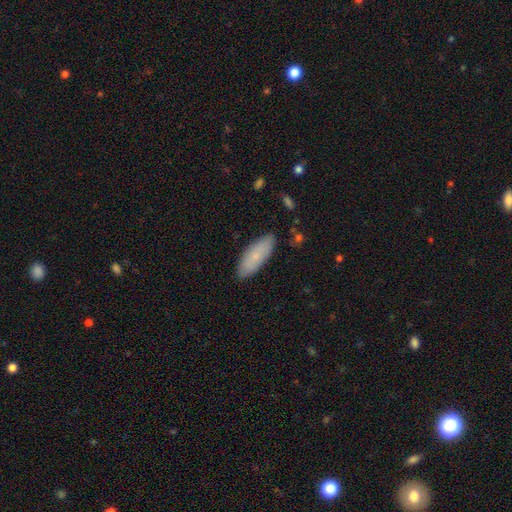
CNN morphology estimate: This appears to be a smooth galaxy with no disk features (73%) that is in between round and cigar-shaped (72%). Merging: none (85%).